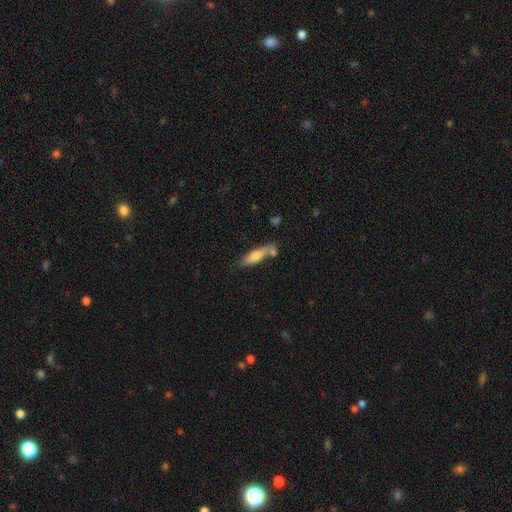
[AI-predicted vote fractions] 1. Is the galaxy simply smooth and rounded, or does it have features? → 69% smooth, 25% featured or disk, 6% star or artifact.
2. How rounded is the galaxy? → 59% cigar-shaped, 39% in between, 2% round.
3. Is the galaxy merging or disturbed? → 52% none, 23% merger, 19% minor disturbance, 6% major disturbance.